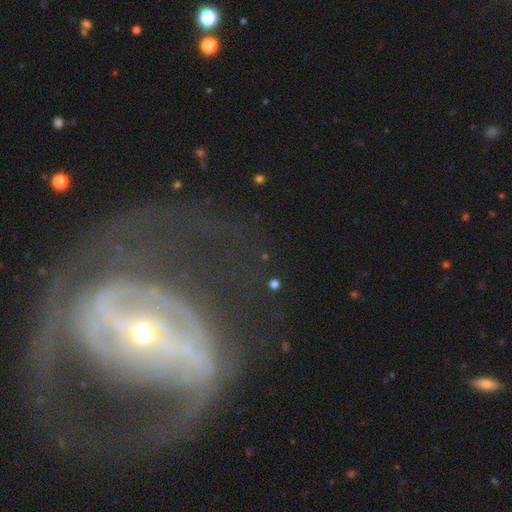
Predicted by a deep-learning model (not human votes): Q: Smooth or featured?
A: featured or disk (85%); runner-up: star or artifact (8%)
Q: Edge-on disk?
A: no (94%); runner-up: yes (6%)
Q: Bar?
A: strong (63%); runner-up: weak (21%)
Q: Spiral arms?
A: yes (75%); runner-up: no (25%)
Q: Spiral winding?
A: medium (41%); runner-up: tight (33%)
Q: Spiral arm count?
A: 2 (60%); runner-up: can't tell (21%)
Q: Bulge size?
A: small (72%); runner-up: moderate (22%)
Q: Merging?
A: none (51%); runner-up: major disturbance (30%)